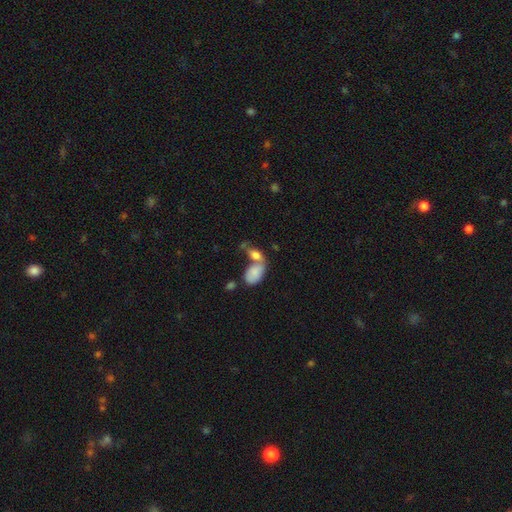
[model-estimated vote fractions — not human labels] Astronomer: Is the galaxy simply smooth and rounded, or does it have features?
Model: smooth — 63%.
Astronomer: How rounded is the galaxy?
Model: in between — 81%.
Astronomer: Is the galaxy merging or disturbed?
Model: merger — 50% (runner-up: none, 30%).